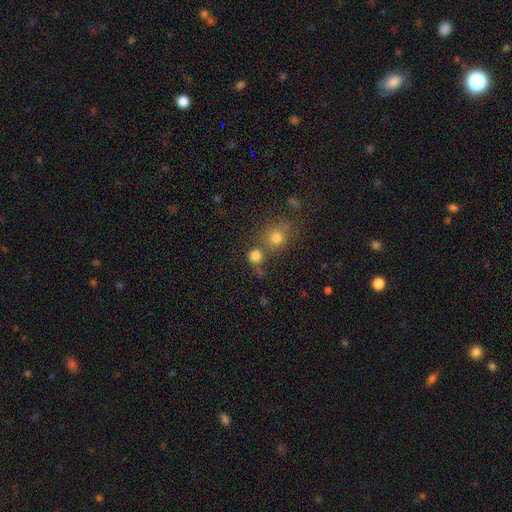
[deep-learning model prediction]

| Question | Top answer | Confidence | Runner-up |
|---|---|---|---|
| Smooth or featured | smooth | 79% | star or artifact (14%) |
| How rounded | round | 88% | in between (11%) |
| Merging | none | 60% | merger (26%) |